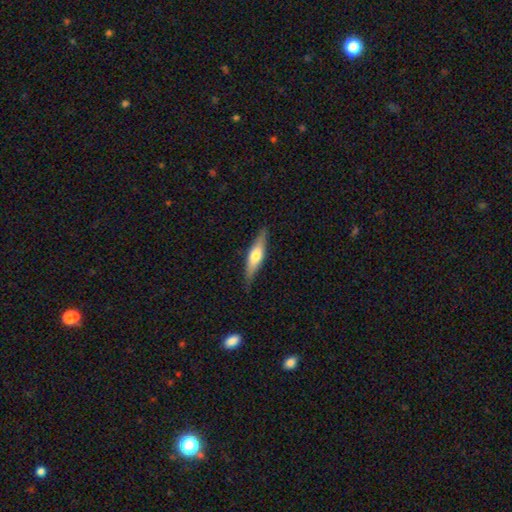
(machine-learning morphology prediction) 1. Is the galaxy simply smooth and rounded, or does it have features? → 49% smooth, 45% featured or disk, 5% star or artifact.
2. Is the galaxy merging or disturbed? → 84% none, 12% minor disturbance, 2% major disturbance, 1% merger.